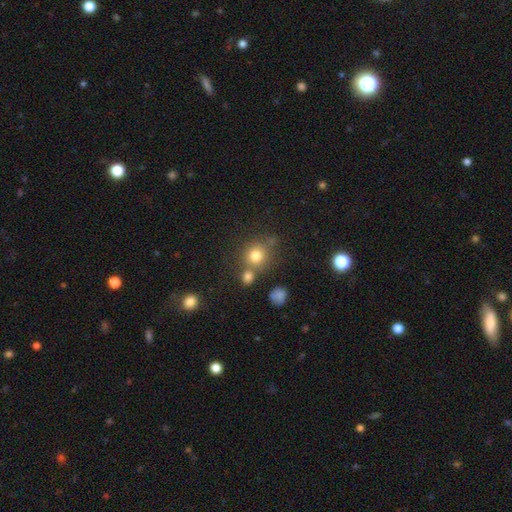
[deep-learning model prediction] Smooth or featured?
  - smooth: 77% *
  - star or artifact: 14%
  - featured or disk: 9%
How rounded?
  - round: 87% *
  - in between: 12%
  - cigar-shaped: 1%
Merging?
  - none: 63% *
  - merger: 21%
  - minor disturbance: 11%
  - major disturbance: 5%